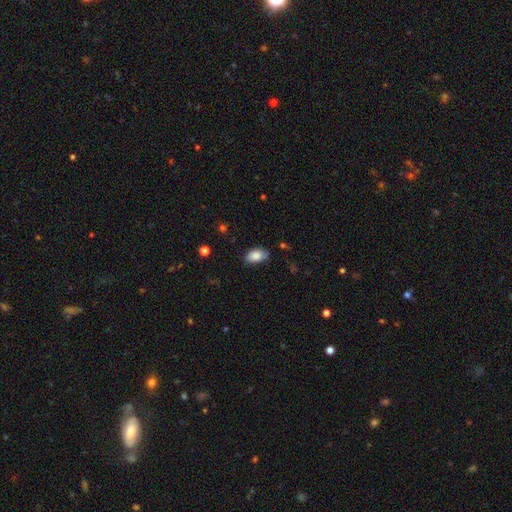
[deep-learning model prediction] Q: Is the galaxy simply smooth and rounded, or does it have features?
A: smooth — 87%.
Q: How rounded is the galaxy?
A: in between — 92%.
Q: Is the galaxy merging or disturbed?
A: none — 78%.